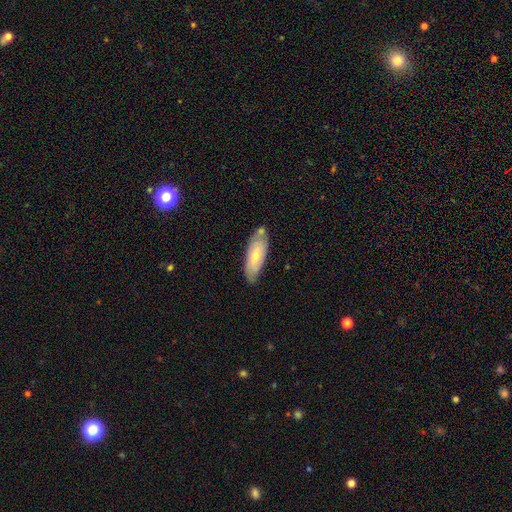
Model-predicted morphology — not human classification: Smooth or featured?
  - smooth: 63% *
  - featured or disk: 31%
  - star or artifact: 6%
How rounded?
  - in between: 67% *
  - cigar-shaped: 31%
  - round: 2%
Merging?
  - none: 66% *
  - minor disturbance: 21%
  - merger: 9%
  - major disturbance: 4%